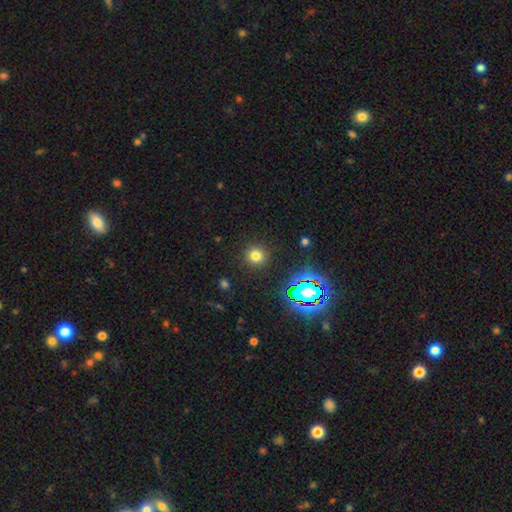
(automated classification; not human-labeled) A smooth galaxy with no disk features (74%) that is round (93%). Merging: none (90%).